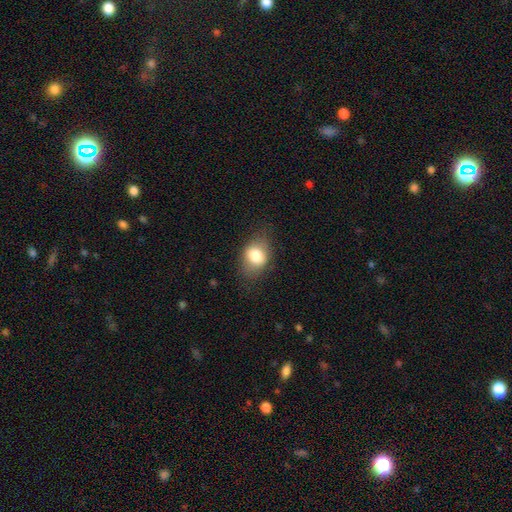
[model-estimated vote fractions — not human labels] This is likely a smooth galaxy (78%). How rounded: likely in between (67%). Merging: likely none (71%).